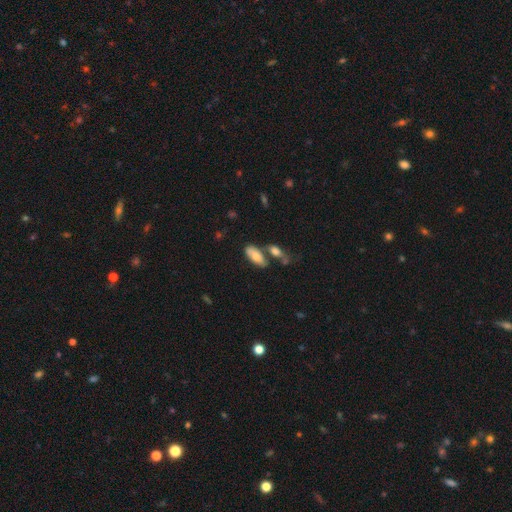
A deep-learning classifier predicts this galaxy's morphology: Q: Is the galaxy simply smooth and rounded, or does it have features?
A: smooth — 74%.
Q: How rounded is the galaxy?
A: in between — 86%.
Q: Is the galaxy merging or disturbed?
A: none — 55%.